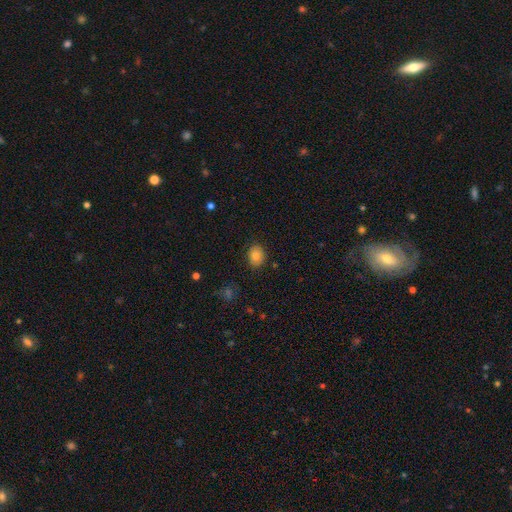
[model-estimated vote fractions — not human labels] The model was most divided on "how rounded": in between: 54%, round: 45%, cigar-shaped: 1%. More confident: merging — none (85%); smooth or featured — smooth (82%).